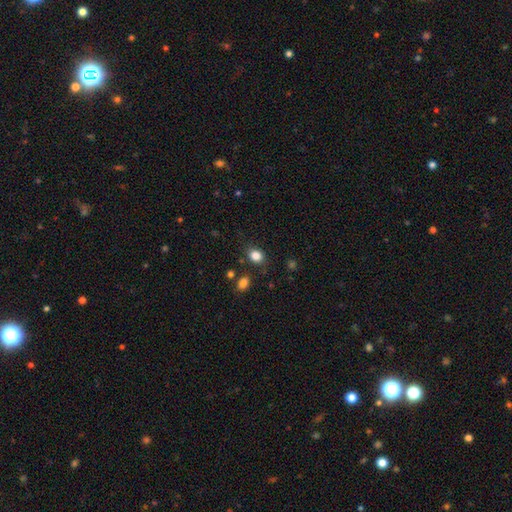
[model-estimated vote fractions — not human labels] Smooth or featured?
  - smooth: 84% *
  - star or artifact: 11%
  - featured or disk: 5%
How rounded?
  - in between: 51% *
  - round: 48%
  - cigar-shaped: 1%
Merging?
  - none: 80% *
  - minor disturbance: 12%
  - major disturbance: 4%
  - merger: 4%